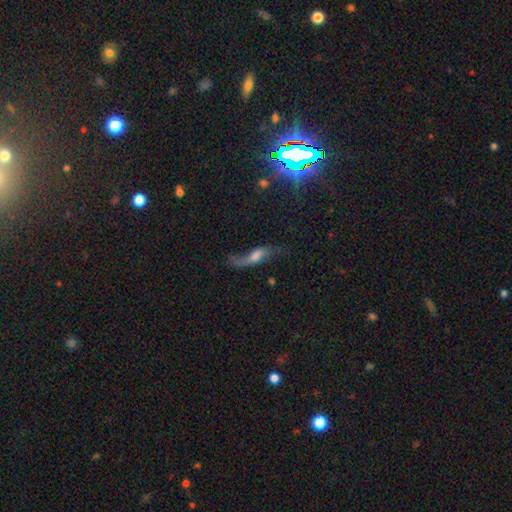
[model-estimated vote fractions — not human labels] Smooth or featured? featured or disk (61%)
Edge-on disk? no (75%)
Merging? none (47%)